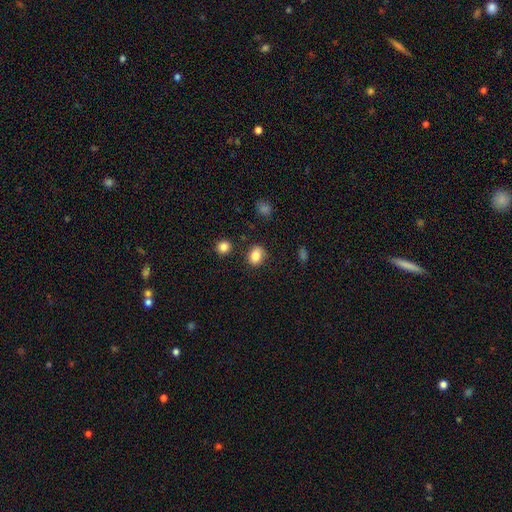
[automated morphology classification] A smooth galaxy with no disk features (84%) that is in between round and cigar-shaped (58%). Merging: none (82%).